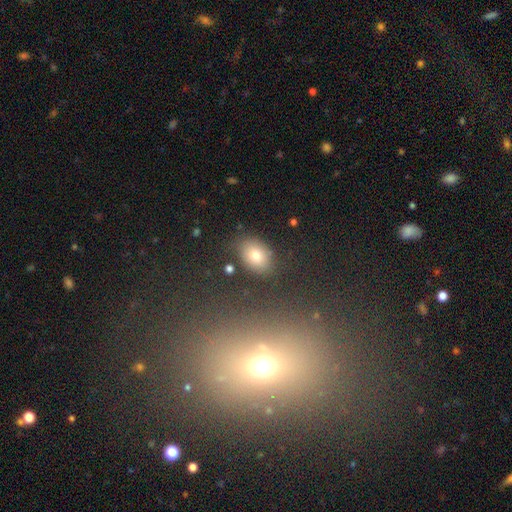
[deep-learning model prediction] This appears to be a smooth galaxy with no disk features (74%) that is in between round and cigar-shaped (73%). Merging: none (81%).